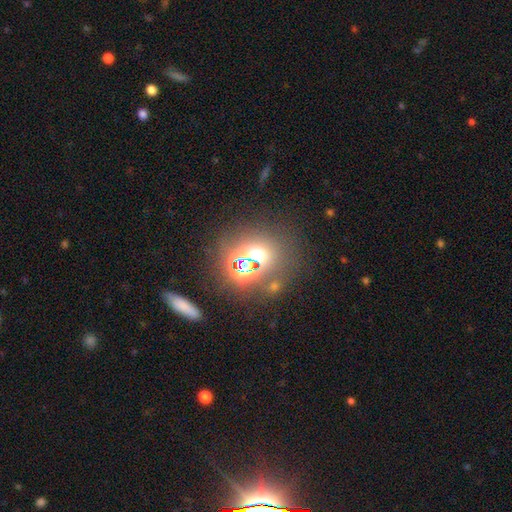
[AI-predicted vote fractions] Q: Smooth or featured?
A: star or artifact (49%); runner-up: smooth (40%)